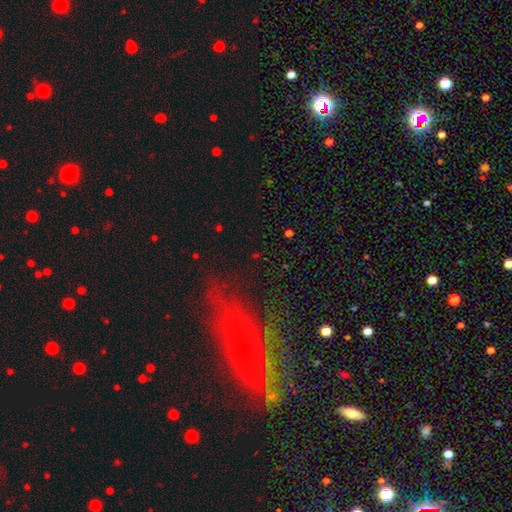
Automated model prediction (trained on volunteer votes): Overall: star or artifact (62%; smooth 26%).